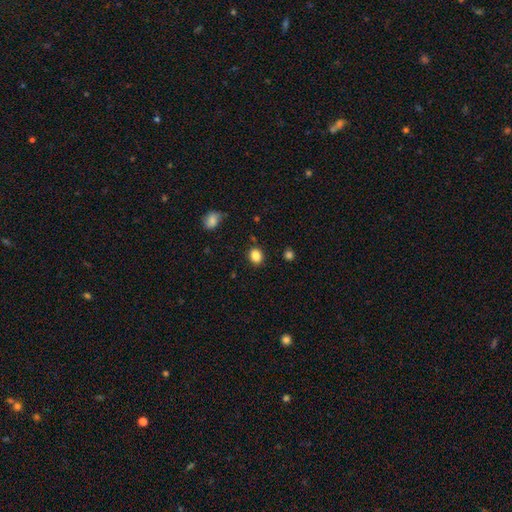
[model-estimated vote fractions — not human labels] The model was most divided on "how rounded": round: 57%, in between: 42%, cigar-shaped: 1%. More confident: smooth or featured — smooth (86%); merging — none (86%).